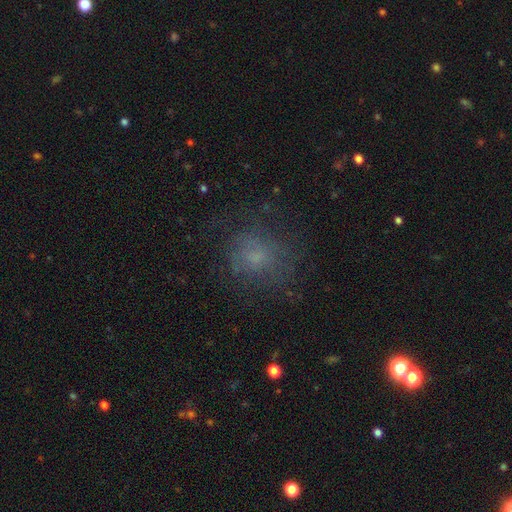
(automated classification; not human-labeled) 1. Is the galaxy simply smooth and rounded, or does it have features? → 59% smooth, 21% star or artifact, 20% featured or disk.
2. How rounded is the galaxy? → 75% round, 24% in between, 1% cigar-shaped.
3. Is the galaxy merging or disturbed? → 66% none, 17% minor disturbance, 15% major disturbance, 1% merger.